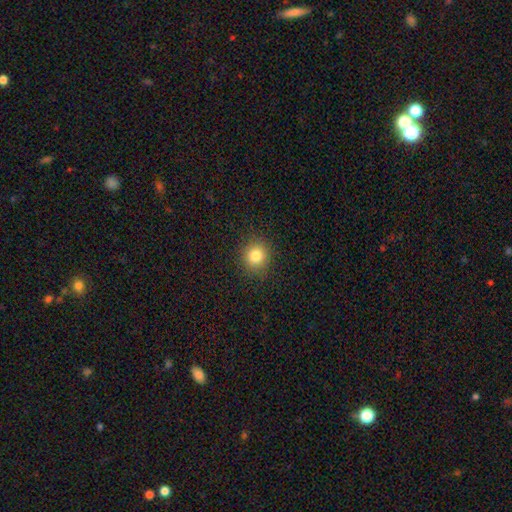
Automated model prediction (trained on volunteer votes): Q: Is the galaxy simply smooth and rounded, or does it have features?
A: smooth — 83%.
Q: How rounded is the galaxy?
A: round — 87%.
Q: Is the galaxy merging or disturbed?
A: none — 90%.